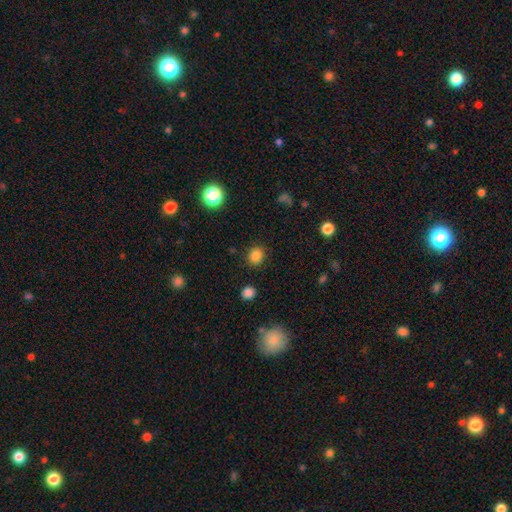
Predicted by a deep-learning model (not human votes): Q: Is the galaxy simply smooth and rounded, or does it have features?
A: smooth — 84%.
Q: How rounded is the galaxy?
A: round — 79%.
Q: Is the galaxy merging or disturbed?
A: none — 88%.